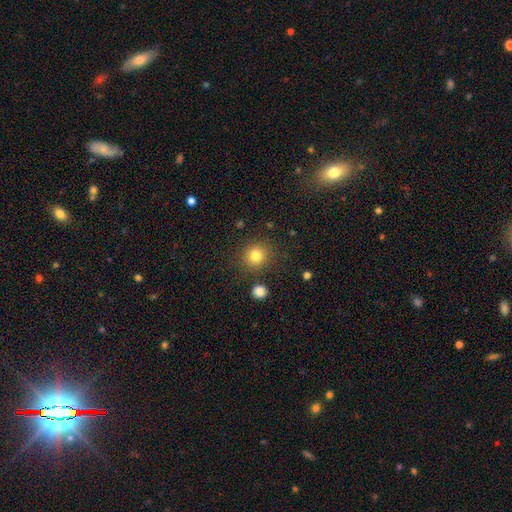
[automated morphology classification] Smooth or featured? Predicted: smooth (p=0.81). How rounded? Predicted: round (p=0.91). Merging? Predicted: none (p=0.86).